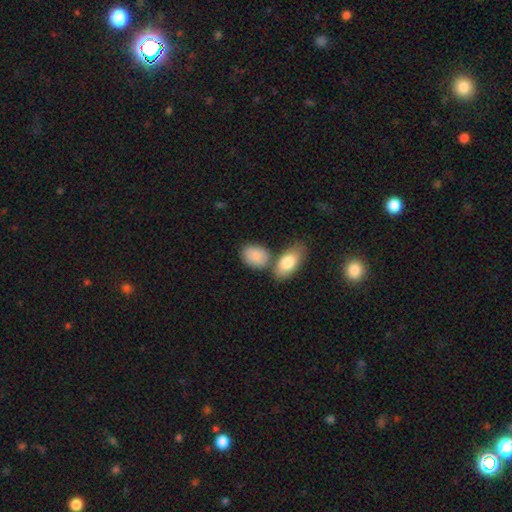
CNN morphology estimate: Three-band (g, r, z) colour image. It shows a smooth galaxy with no disk features (86%) that is in between round and cigar-shaped (81%). Merging: none (55%).